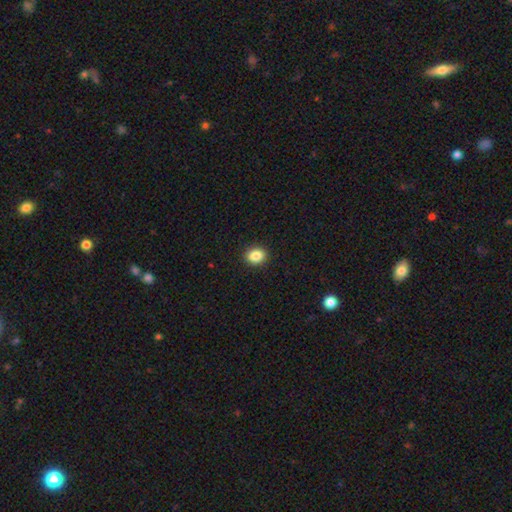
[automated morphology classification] smooth-or-featured: smooth: 87% | star or artifact: 9% | featured or disk: 4%
  how-rounded: round: 53% | in between: 46% | cigar-shaped: 1%
  merging: none: 91% | minor disturbance: 6% | major disturbance: 2% | merger: 1%